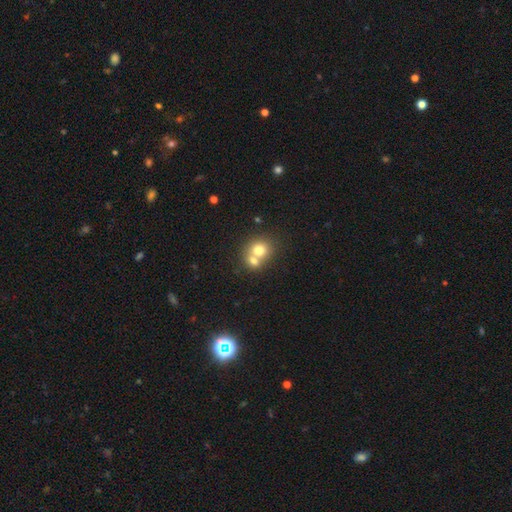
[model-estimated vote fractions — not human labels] smooth-or-featured: smooth: 72% | featured or disk: 16% | star or artifact: 12%
  how-rounded: round: 76% | in between: 23% | cigar-shaped: 1%
  merging: merger: 58% | none: 34% | minor disturbance: 6% | major disturbance: 2%